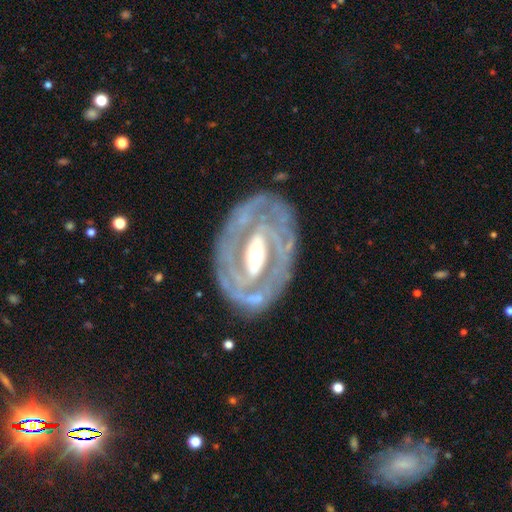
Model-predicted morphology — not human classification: Smooth or featured? featured or disk (87%)
Edge-on disk? no (94%)
Bar? strong (43%)
Spiral arms? yes (81%)
Spiral winding? tight (73%)
Spiral arm count? 2 (40%)
Bulge size? moderate (62%)
Merging? none (76%)